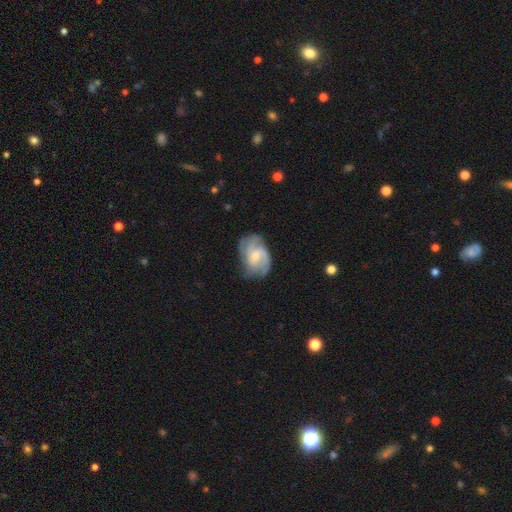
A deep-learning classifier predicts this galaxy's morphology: This appears to be a featured or disk galaxy (74%) with a weak bar (49%), 2 (35%) medium (47%) spiral arms (93%) and a small central bulge (47%). Merging: none (62%).